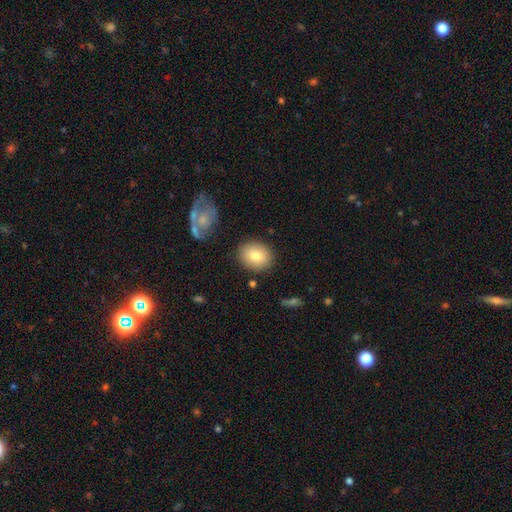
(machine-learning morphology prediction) The model was most divided on "how rounded": round: 62%, in between: 37%, cigar-shaped: 1%. More confident: merging — none (86%); smooth or featured — smooth (79%).